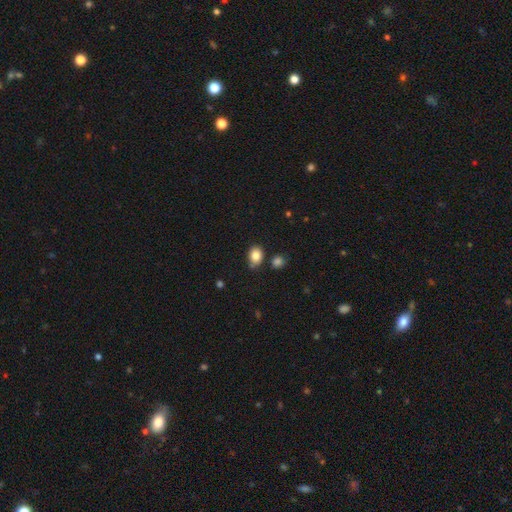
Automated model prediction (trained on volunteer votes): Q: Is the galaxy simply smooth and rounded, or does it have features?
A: smooth — 84%.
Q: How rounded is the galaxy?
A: in between — 57%.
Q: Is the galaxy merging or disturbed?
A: none — 72%.